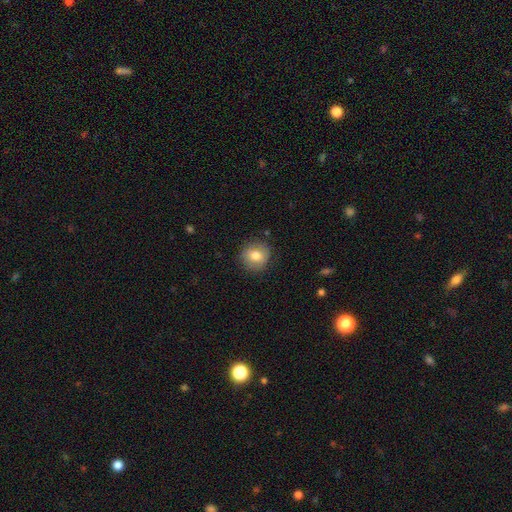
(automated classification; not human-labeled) smooth_or_featured: smooth (p=0.79) [alt: featured or disk p=0.12]
how_rounded: round (p=0.87) [alt: in between p=0.12]
merging: none (p=0.84) [alt: minor disturbance p=0.12]